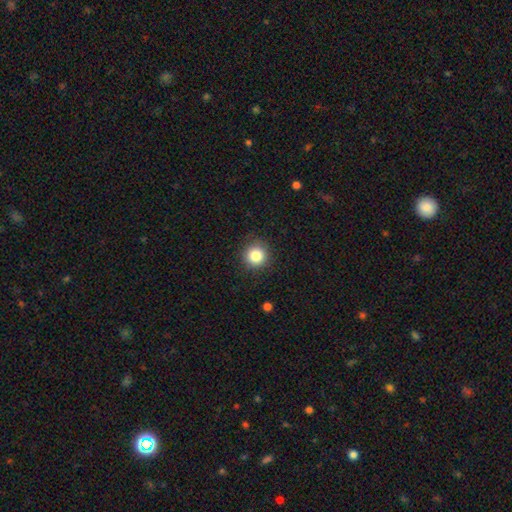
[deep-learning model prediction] smooth_or_featured: smooth (p=0.84) [alt: star or artifact p=0.11]
how_rounded: round (p=0.94) [alt: in between p=0.05]
merging: none (p=0.89) [alt: minor disturbance p=0.07]